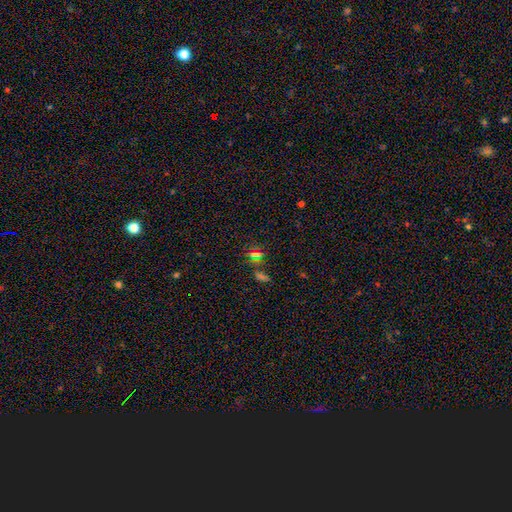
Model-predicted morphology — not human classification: This is possibly a star or artifact rather than a galaxy (46%).